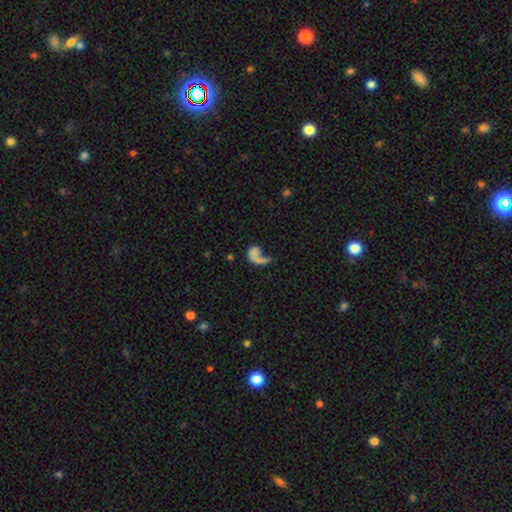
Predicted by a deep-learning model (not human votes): smooth-or-featured: smooth: 48% | featured or disk: 40% | star or artifact: 13%
  merging: major disturbance: 35% | none: 31% | merger: 22% | minor disturbance: 12%